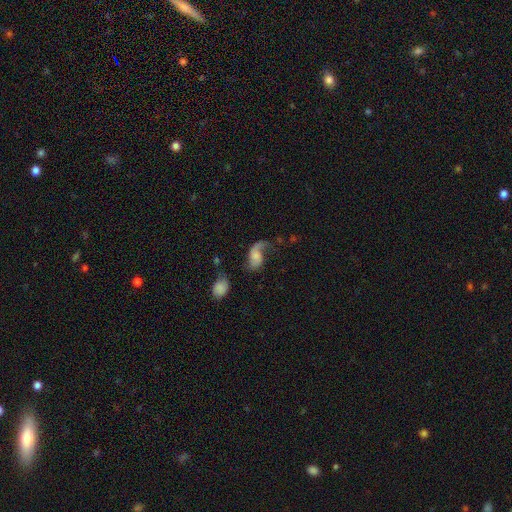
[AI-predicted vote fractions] smooth_or_featured: featured or disk (p=0.65) [alt: smooth p=0.26]
disk_edge_on: no (p=0.97) [alt: yes p=0.03]
bar: no (p=0.65) [alt: weak p=0.28]
has_spiral_arms: yes (p=0.90) [alt: no p=0.10]
spiral_winding: loose (p=0.77) [alt: medium p=0.18]
spiral_arm_count: 2 (p=0.55) [alt: 1 p=0.40]
bulge_size: none (p=0.36) [alt: small p=0.29]
merging: none (p=0.36) [alt: major disturbance p=0.34]